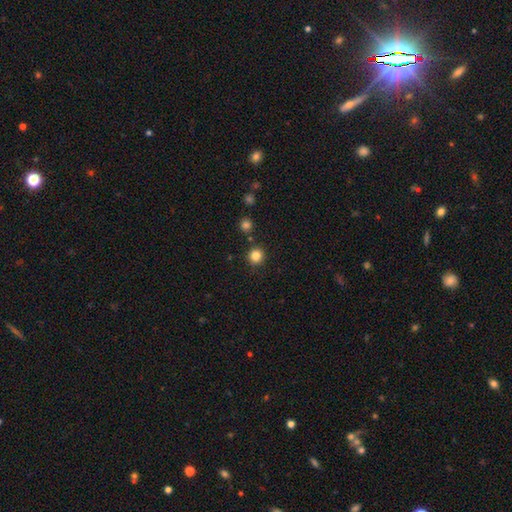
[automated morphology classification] Smooth or featured?
  - smooth: 83% *
  - star or artifact: 12%
  - featured or disk: 5%
How rounded?
  - round: 93% *
  - in between: 6%
  - cigar-shaped: 1%
Merging?
  - none: 89% *
  - minor disturbance: 6%
  - merger: 3%
  - major disturbance: 2%